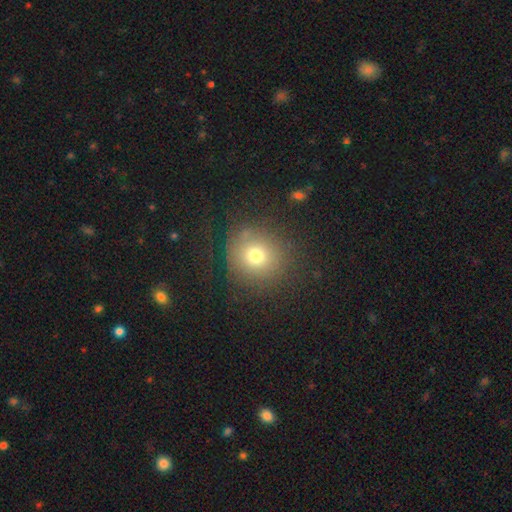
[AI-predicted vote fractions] This appears to be a smooth galaxy with no disk features (71%) that is round (89%). Merging: none (80%).